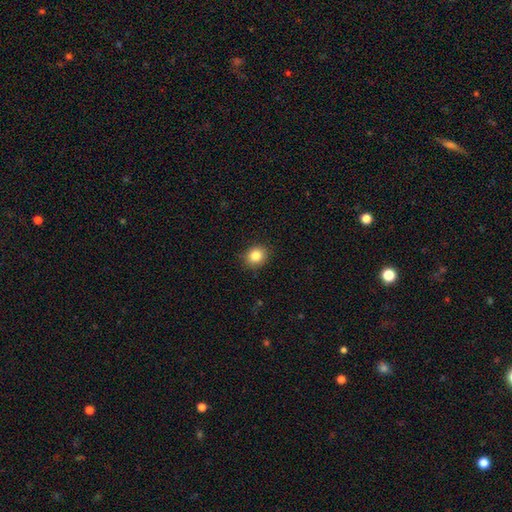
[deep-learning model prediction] The model was most divided on "how rounded": round: 72%, in between: 27%, cigar-shaped: 1%. More confident: merging — none (88%); smooth or featured — smooth (84%).